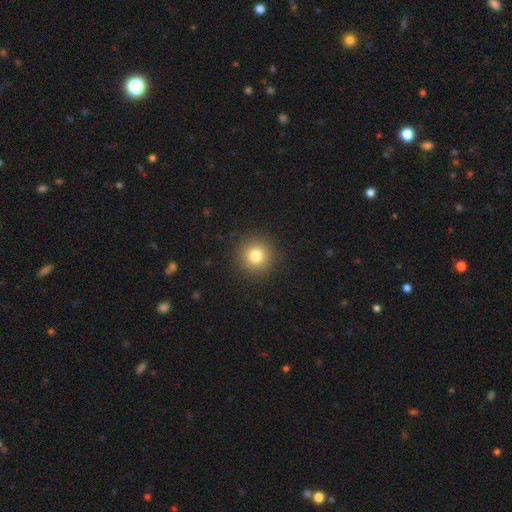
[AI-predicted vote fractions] The model was most divided on "smooth or featured": smooth: 81%, star or artifact: 12%, featured or disk: 7%. More confident: how rounded — round (95%); merging — none (91%).